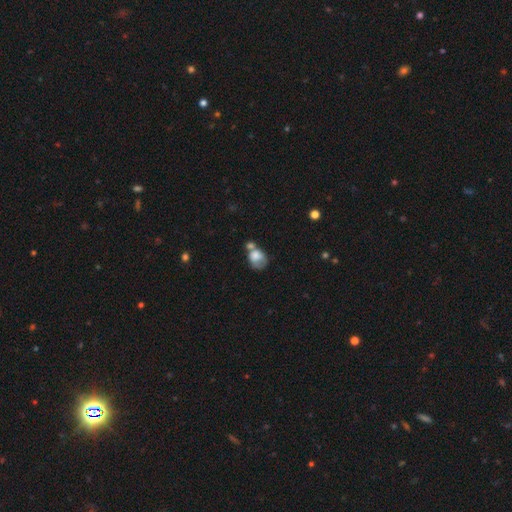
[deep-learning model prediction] Overall: smooth (71%). How rounded: in between (57%; round 42%). Merging: merger (43%; none 24%).